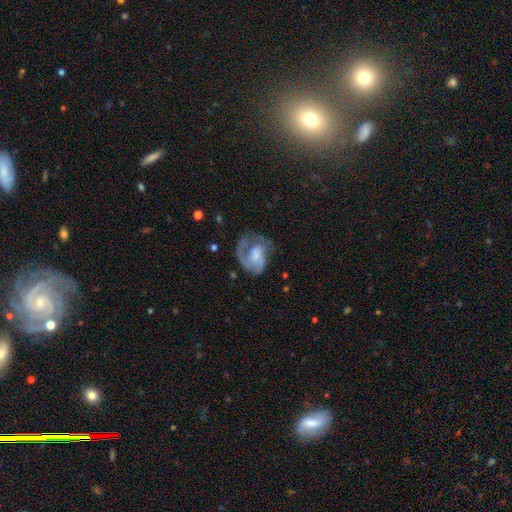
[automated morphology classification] Smooth or featured? featured or disk (67%)
Edge-on disk? no (98%)
Bar? no (60%)
Spiral arms? yes (81%)
Spiral winding? medium (43%)
Spiral arm count? 1 (41%)
Bulge size? small (32%)
Merging? none (41%)